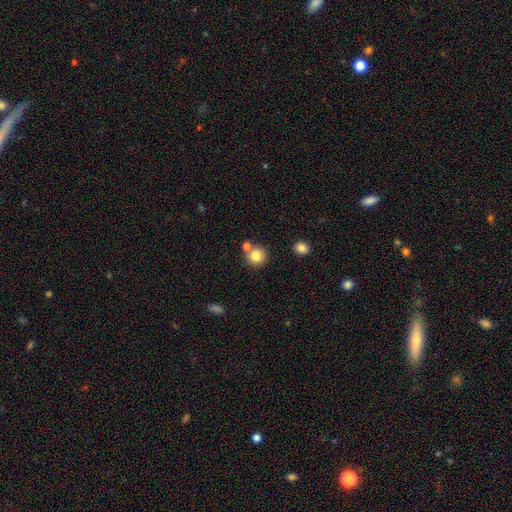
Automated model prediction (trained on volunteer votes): Smooth or featured: smooth — 80% (star or artifact — 11%)
How rounded: round — 92% (in between — 7%)
Merging: none — 69% (merger — 21%)